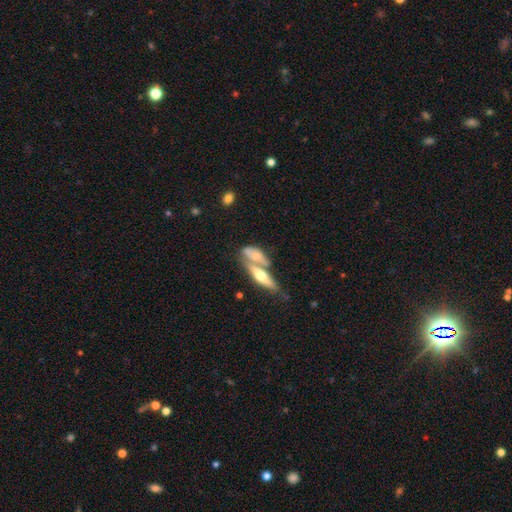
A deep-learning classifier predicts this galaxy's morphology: A featured or disk galaxy (47%).

Vote fractions:
- Smooth or featured? featured or disk: 47% / smooth: 46% / star or artifact: 7%
- Merging? merger: 57% / none: 29% / minor disturbance: 10% / major disturbance: 5%